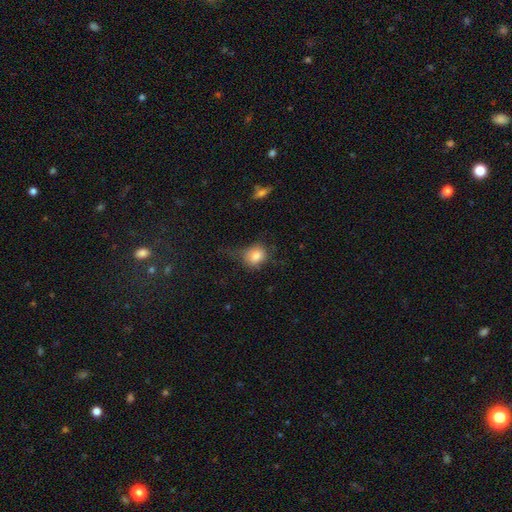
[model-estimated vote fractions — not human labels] Q: Smooth or featured?
A: smooth (80%); runner-up: star or artifact (10%)
Q: How rounded?
A: round (64%); runner-up: in between (35%)
Q: Merging?
A: none (48%); runner-up: minor disturbance (29%)